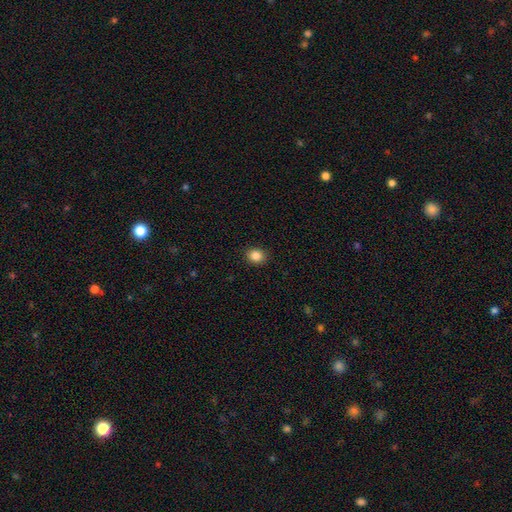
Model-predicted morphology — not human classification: This appears to be a smooth galaxy with no disk features (86%) that is round (61%). Merging: none (90%).